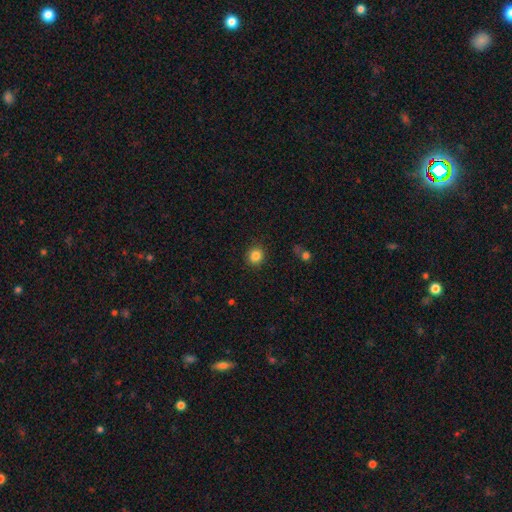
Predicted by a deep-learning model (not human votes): Overall: smooth (84%). How rounded: round (90%). Merging: none (90%).